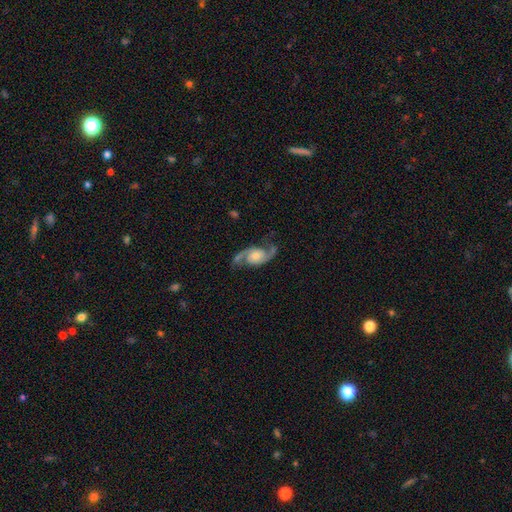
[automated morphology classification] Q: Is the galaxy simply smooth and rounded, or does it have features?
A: featured or disk — 88%.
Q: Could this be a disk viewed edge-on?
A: no — 97%.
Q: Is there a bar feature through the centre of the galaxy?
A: no — 66%.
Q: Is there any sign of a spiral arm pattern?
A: yes — 97%.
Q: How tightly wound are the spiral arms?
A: loose — 48%.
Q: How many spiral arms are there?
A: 2 — 94%.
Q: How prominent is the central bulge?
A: moderate — 46%.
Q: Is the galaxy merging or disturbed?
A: none — 74%.